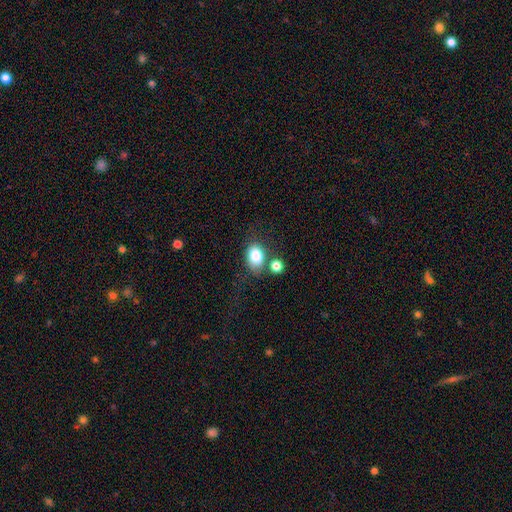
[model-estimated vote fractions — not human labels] Smooth or featured? Predicted: smooth (p=0.82). How rounded? Predicted: in between (p=0.72). Merging? Predicted: none (p=0.58).